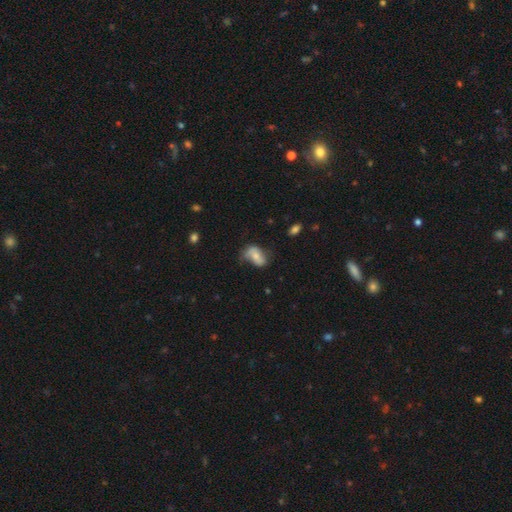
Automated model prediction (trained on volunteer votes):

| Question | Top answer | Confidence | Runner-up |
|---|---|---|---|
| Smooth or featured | smooth | 57% | featured or disk (35%) |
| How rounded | in between | 88% | round (8%) |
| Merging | none | 43% | minor disturbance (35%) |